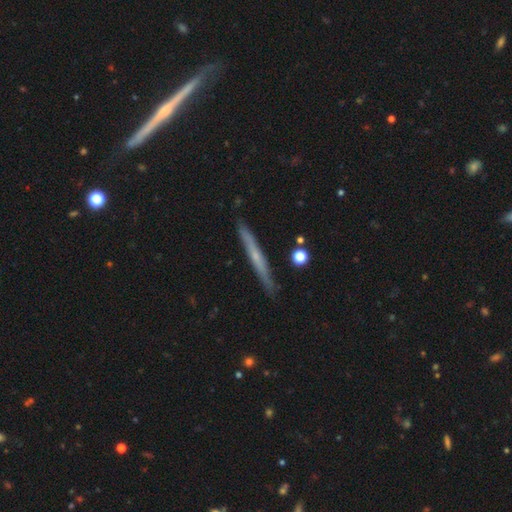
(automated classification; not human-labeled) smooth_or_featured: featured or disk (p=0.57) [alt: smooth p=0.36]
disk_edge_on: yes (p=0.96) [alt: no p=0.04]
edge_on_bulge: none (p=0.61) [alt: rounded p=0.35]
merging: none (p=0.89) [alt: minor disturbance p=0.08]